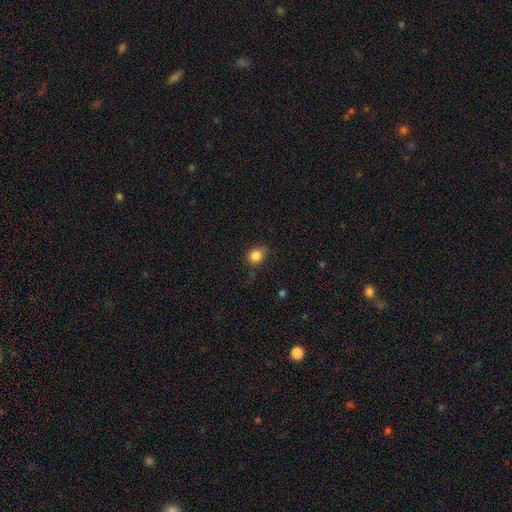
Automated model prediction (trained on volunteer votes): Smooth or featured? smooth (84%)
How rounded? round (71%)
Merging? none (70%)